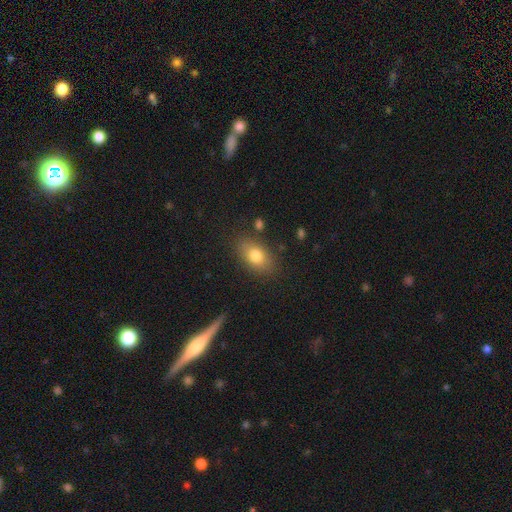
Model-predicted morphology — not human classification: smooth-or-featured: smooth: 78% | featured or disk: 13% | star or artifact: 9%
  how-rounded: in between: 84% | round: 12% | cigar-shaped: 3%
  merging: none: 81% | minor disturbance: 13% | major disturbance: 4% | merger: 3%